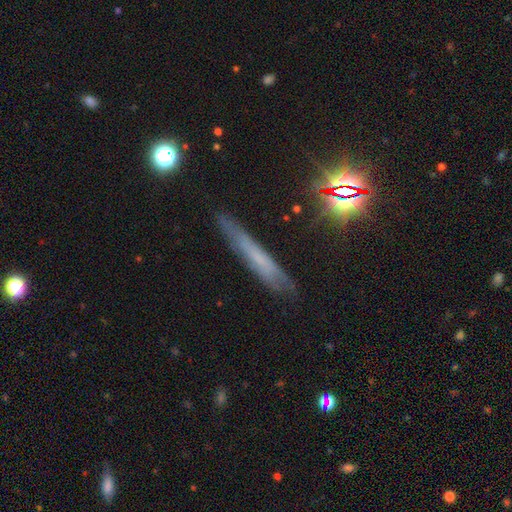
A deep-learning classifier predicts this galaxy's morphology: Smooth or featured? Predicted: smooth (p=0.42). Merging? Predicted: none (p=0.79).